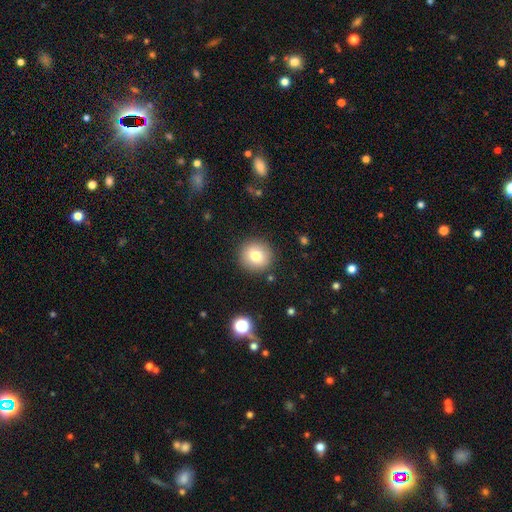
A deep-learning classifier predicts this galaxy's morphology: This is likely a smooth galaxy (77%). How rounded: clearly round (93%). Merging: clearly none (89%).